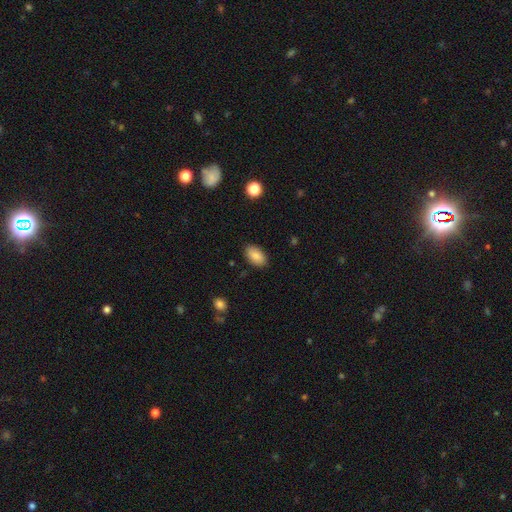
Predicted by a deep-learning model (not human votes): Morphology: type=smooth (87%); roundness=in between (93%); merging=none (87%).